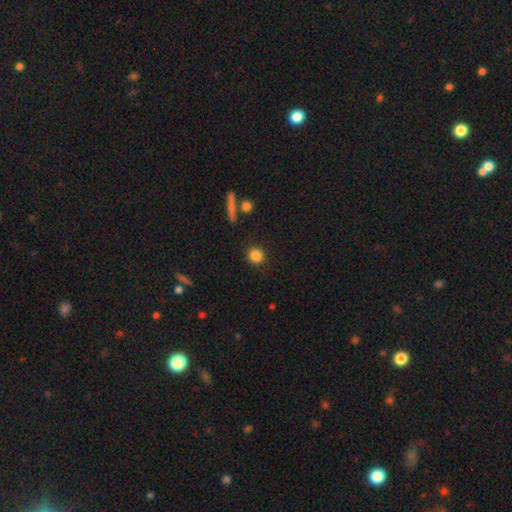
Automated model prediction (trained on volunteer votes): The model was most divided on "smooth or featured": smooth: 85%, star or artifact: 10%, featured or disk: 5%. More confident: how rounded — round (91%); merging — none (89%).